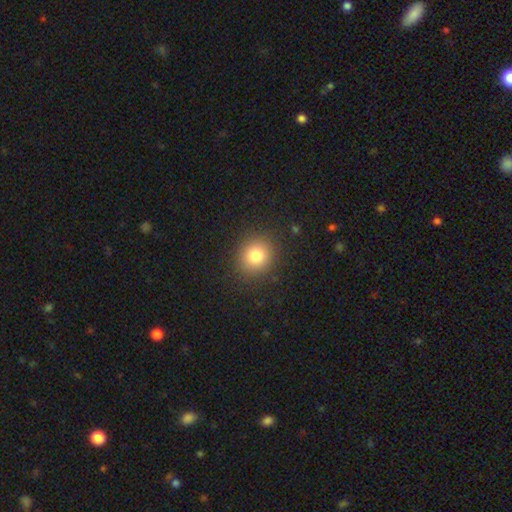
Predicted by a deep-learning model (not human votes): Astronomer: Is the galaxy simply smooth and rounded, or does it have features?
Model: smooth — 80%.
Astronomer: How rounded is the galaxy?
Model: round — 84%.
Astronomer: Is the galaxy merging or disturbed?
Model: none — 88%.